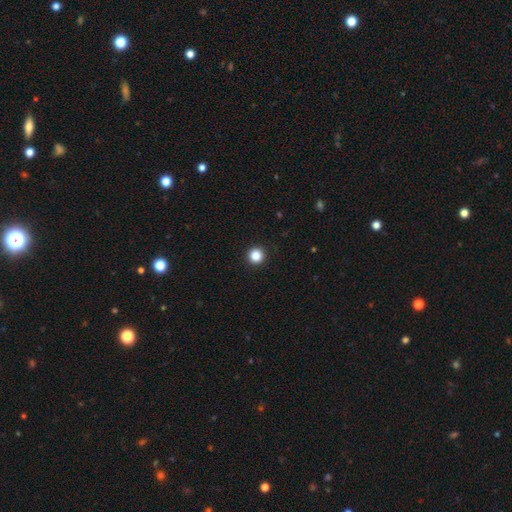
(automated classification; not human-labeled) Smooth or featured?
  - smooth: 86% *
  - star or artifact: 11%
  - featured or disk: 3%
How rounded?
  - round: 96% *
  - in between: 3%
  - cigar-shaped: 1%
Merging?
  - none: 94% *
  - minor disturbance: 4%
  - major disturbance: 1%
  - merger: 1%